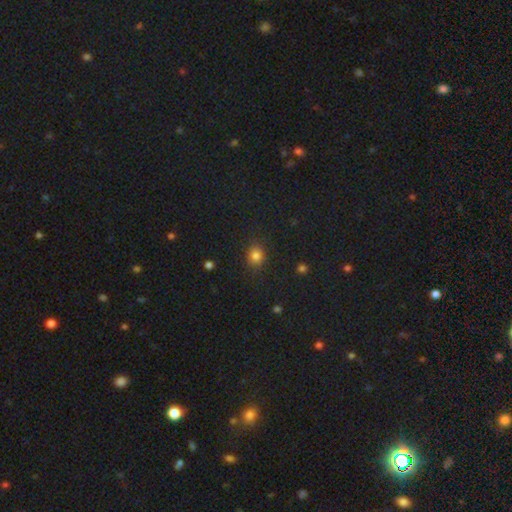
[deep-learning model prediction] This appears to be a smooth galaxy with no disk features (80%) that is round (72%). Merging: none (86%).